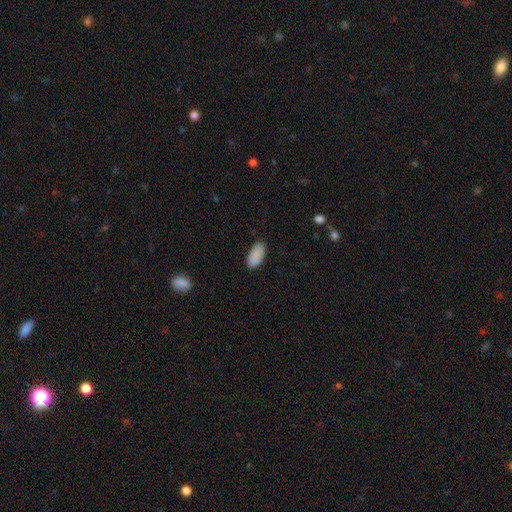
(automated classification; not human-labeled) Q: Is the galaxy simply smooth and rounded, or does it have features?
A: smooth — 90%.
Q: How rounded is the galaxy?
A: in between — 92%.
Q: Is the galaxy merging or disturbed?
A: none — 87%.